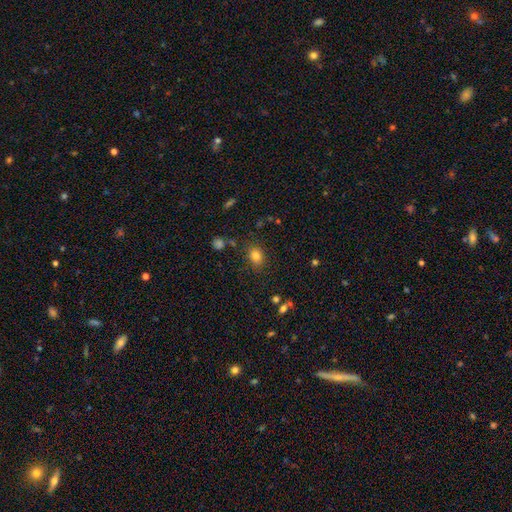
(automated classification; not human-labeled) This is clearly a smooth galaxy (82%). How rounded: possibly in between (58%). Merging: clearly none (80%).